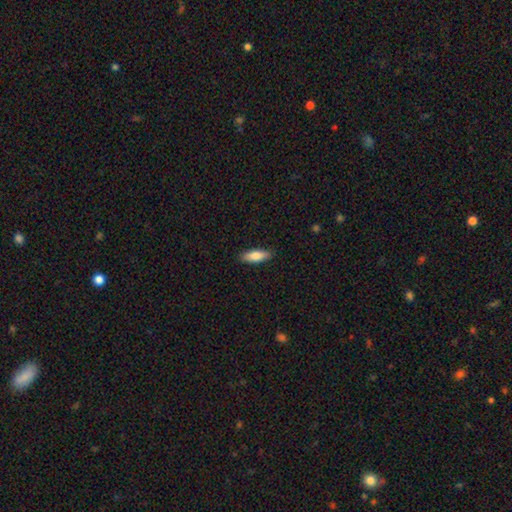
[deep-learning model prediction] Smooth or featured? smooth (80%)
How rounded? in between (65%)
Merging? none (89%)